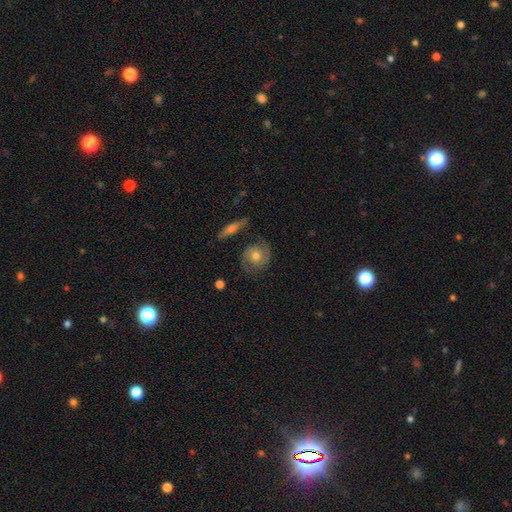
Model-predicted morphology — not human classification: Smooth or featured: featured or disk — 69% (smooth — 24%)
Edge-on disk: no — 95% (yes — 5%)
Bar: no — 72% (weak — 23%)
Spiral arms: yes — 90% (no — 10%)
Spiral winding: medium — 44% (tight — 42%)
Spiral arm count: 2 — 87% (can't tell — 7%)
Bulge size: moderate — 71% (small — 15%)
Merging: none — 76% (minor disturbance — 16%)